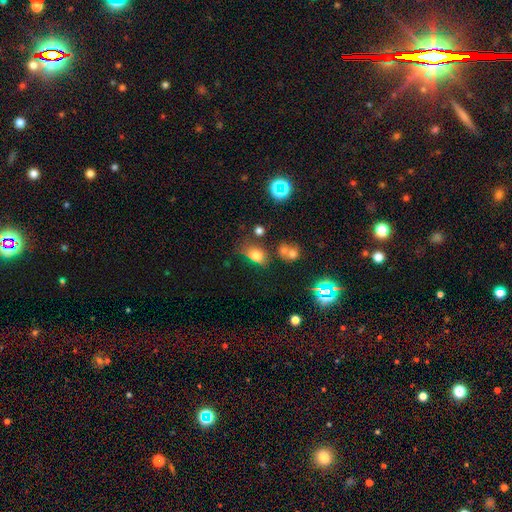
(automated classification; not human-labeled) A smooth galaxy with no disk features (73%) that is in between round and cigar-shaped (71%).

Vote fractions:
- Smooth or featured? smooth: 73% / star or artifact: 17% / featured or disk: 10%
- How rounded? in between: 71% / round: 27% / cigar-shaped: 2%
- Merging? none: 54% / minor disturbance: 22% / merger: 16% / major disturbance: 9%